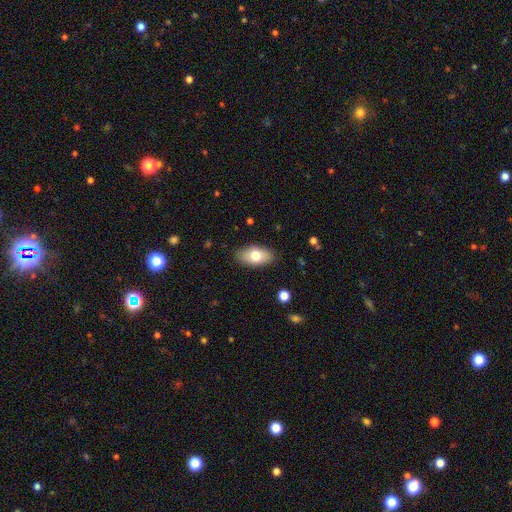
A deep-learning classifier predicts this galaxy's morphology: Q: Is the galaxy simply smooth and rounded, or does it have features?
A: smooth — 74%.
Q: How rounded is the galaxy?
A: in between — 93%.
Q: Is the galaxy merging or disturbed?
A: none — 86%.